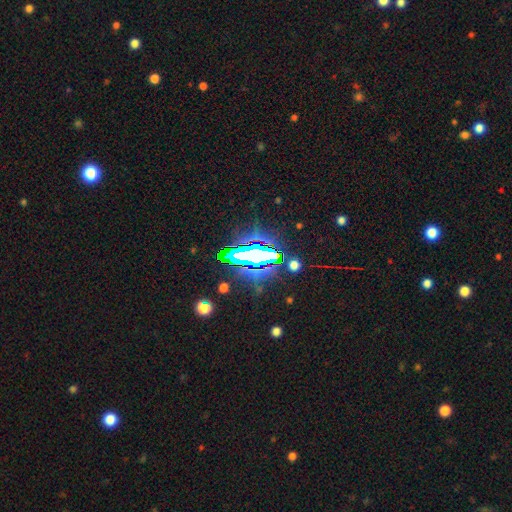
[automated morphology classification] A star or artifact, not a galaxy (69%).